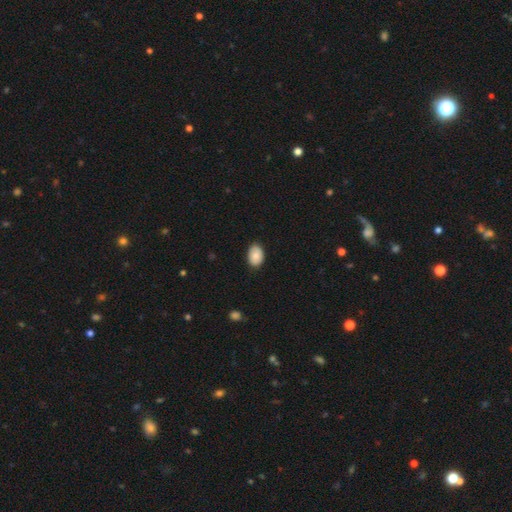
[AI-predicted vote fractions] A smooth galaxy with no disk features (84%) that is in between round and cigar-shaped (83%). Merging: none (83%).